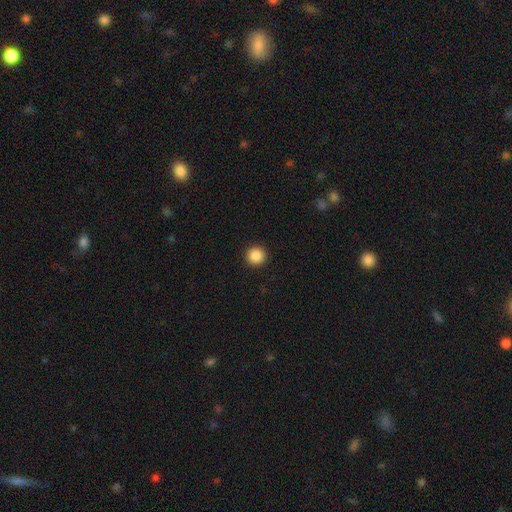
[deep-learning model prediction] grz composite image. It shows a smooth galaxy with no disk features (88%) that is round (95%). Merging: none (93%).